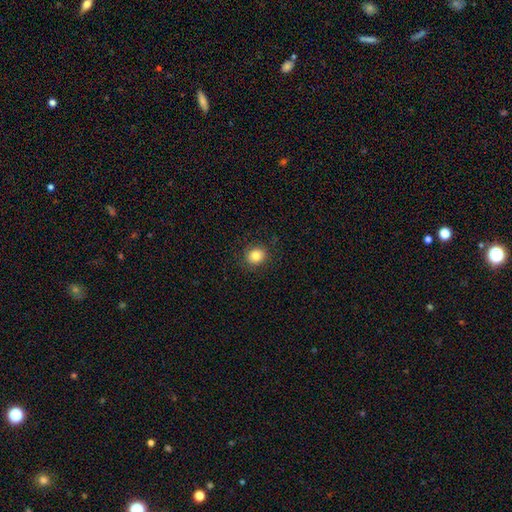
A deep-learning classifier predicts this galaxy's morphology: This is clearly a smooth galaxy (83%). How rounded: clearly round (82%). Merging: clearly none (89%).